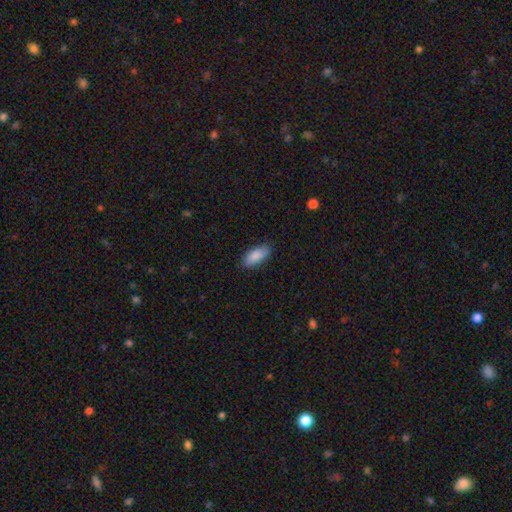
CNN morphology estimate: Smooth or featured? smooth (88%)
How rounded? in between (86%)
Merging? none (84%)